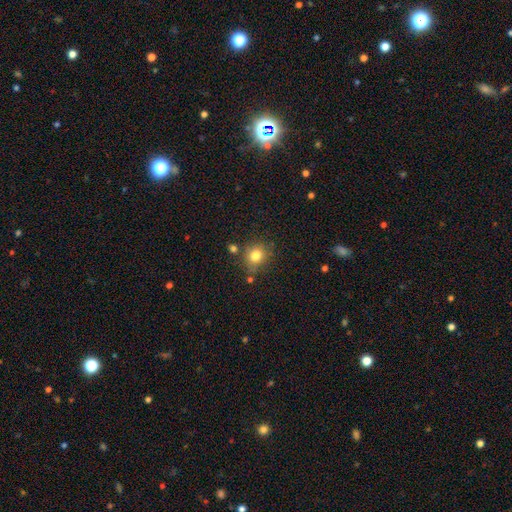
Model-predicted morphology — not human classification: Overall: smooth (80%). How rounded: round (76%). Merging: none (73%).